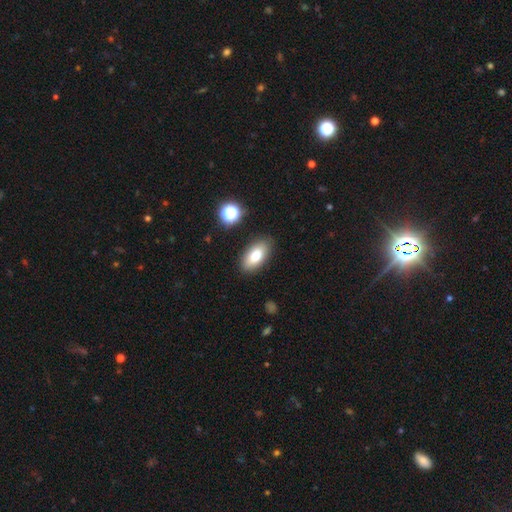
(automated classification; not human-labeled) smooth-or-featured: smooth: 78% | featured or disk: 13% | star or artifact: 9%
  how-rounded: in between: 90% | cigar-shaped: 6% | round: 4%
  merging: none: 86% | minor disturbance: 9% | major disturbance: 3% | merger: 2%